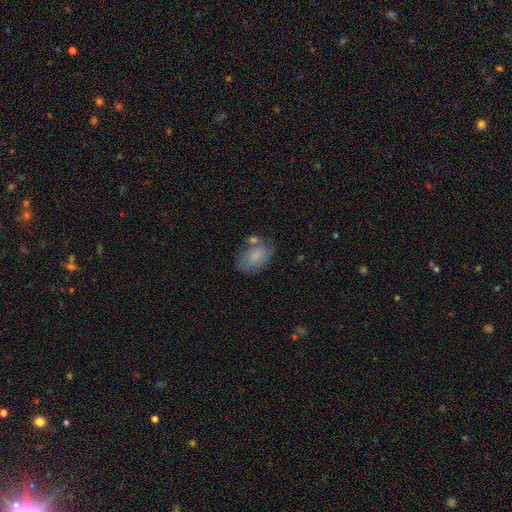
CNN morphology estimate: smooth 75%, featured or disk 17%, star or artifact 7%. Down the decision tree: how rounded — in between (87%); merging — none (54%).